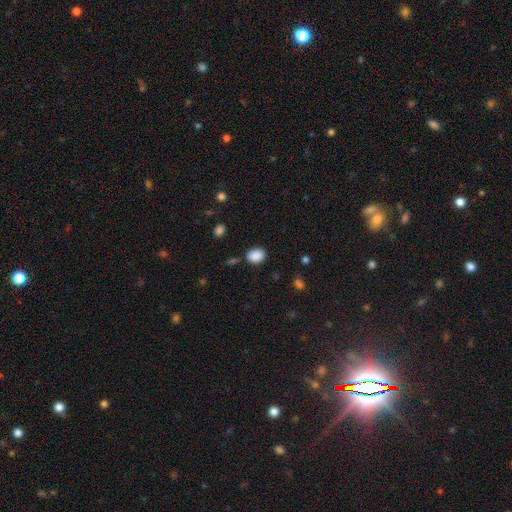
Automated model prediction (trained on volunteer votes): smooth_or_featured: smooth (p=0.88) [alt: star or artifact p=0.09]
how_rounded: in between (p=0.61) [alt: round p=0.38]
merging: none (p=0.78) [alt: minor disturbance p=0.14]